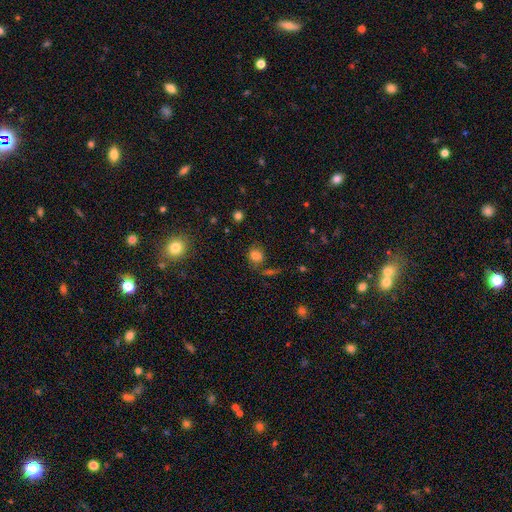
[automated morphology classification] smooth 79%, star or artifact 14%, featured or disk 7%. Down the decision tree: how rounded — round (64%); merging — none (67%).